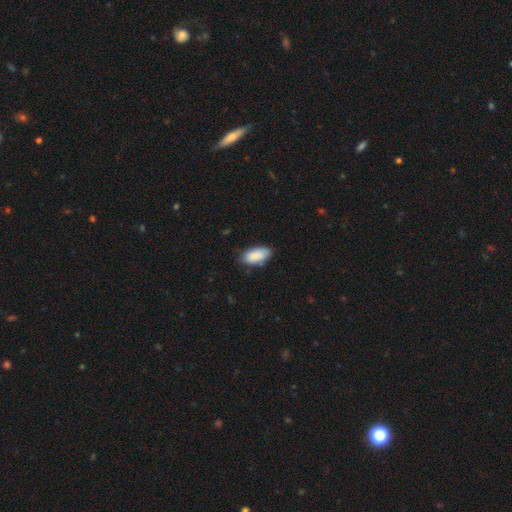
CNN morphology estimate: Smooth or featured? smooth (86%)
How rounded? in between (92%)
Merging? none (72%)